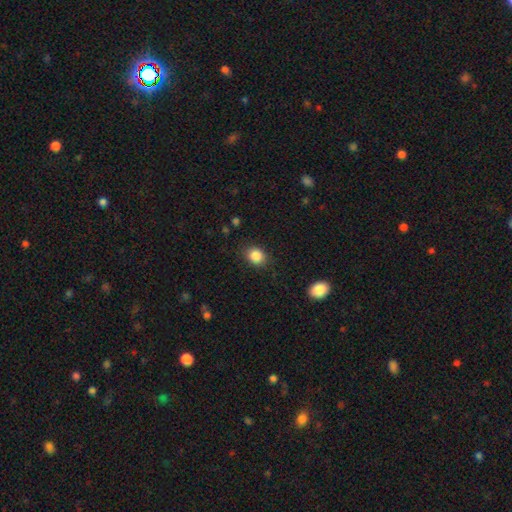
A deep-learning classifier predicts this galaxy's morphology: Smooth or featured? smooth (86%)
How rounded? round (59%)
Merging? none (83%)